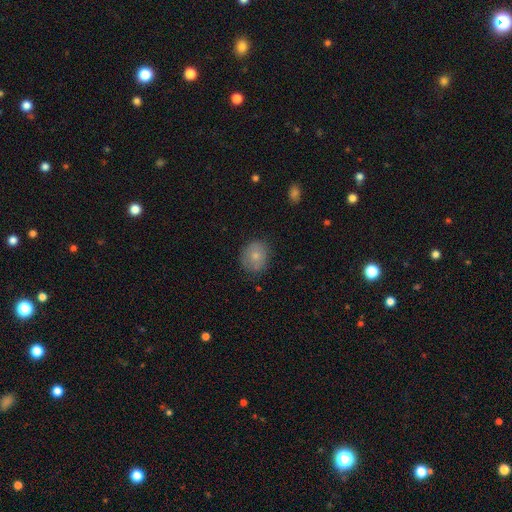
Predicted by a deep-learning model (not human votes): The model was most divided on "how rounded": round: 75%, in between: 24%, cigar-shaped: 1%. More confident: merging — none (80%); smooth or featured — smooth (74%).